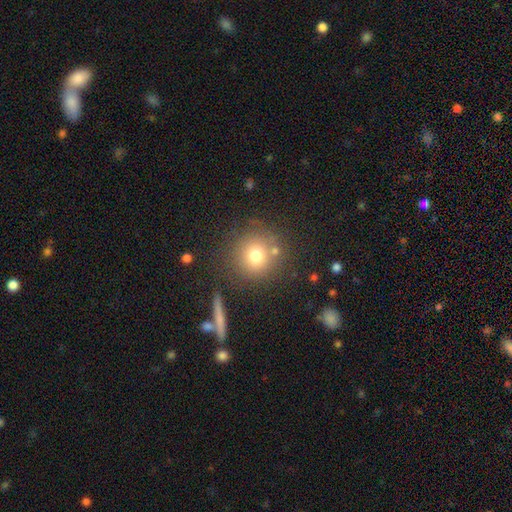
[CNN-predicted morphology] Overall: smooth (74%). How rounded: round (93%). Merging: none (79%).